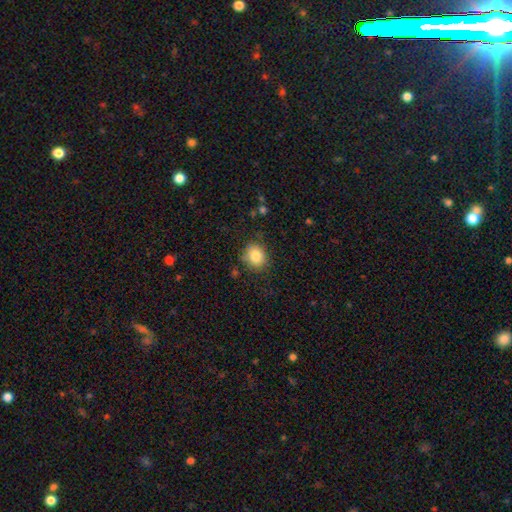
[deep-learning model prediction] Morphology: type=smooth (84%); roundness=round (67%); merging=none (80%).